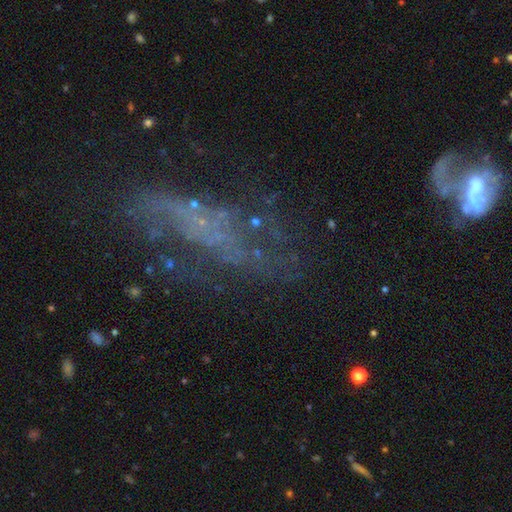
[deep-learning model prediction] Smooth or featured: featured or disk — 55% (star or artifact — 24%)
Edge-on disk: no — 86% (yes — 14%)
Merging: none — 47% (major disturbance — 28%)